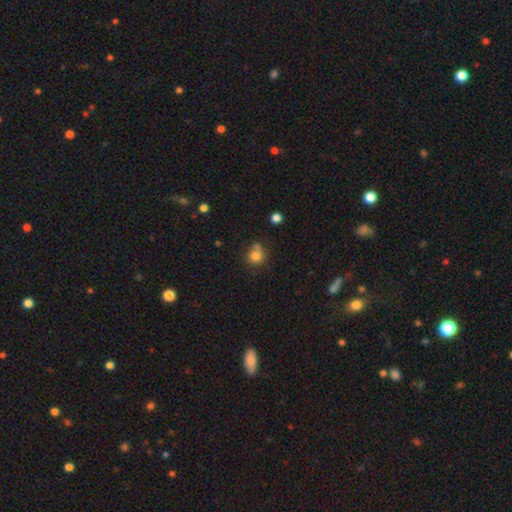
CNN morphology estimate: Q: Smooth or featured?
A: smooth (79%); runner-up: star or artifact (12%)
Q: How rounded?
A: round (82%); runner-up: in between (17%)
Q: Merging?
A: none (58%); runner-up: minor disturbance (22%)